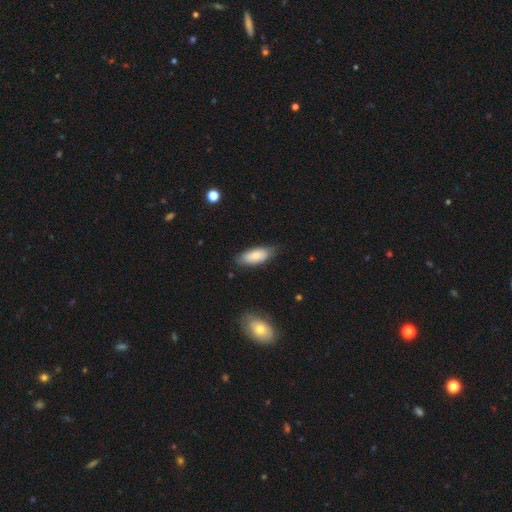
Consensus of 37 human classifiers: Smooth or featured: smooth — 78% (featured or disk — 22%)
How rounded: in between — 97% (cigar-shaped — 3%)
Merging: none — 70% (minor disturbance — 22%)